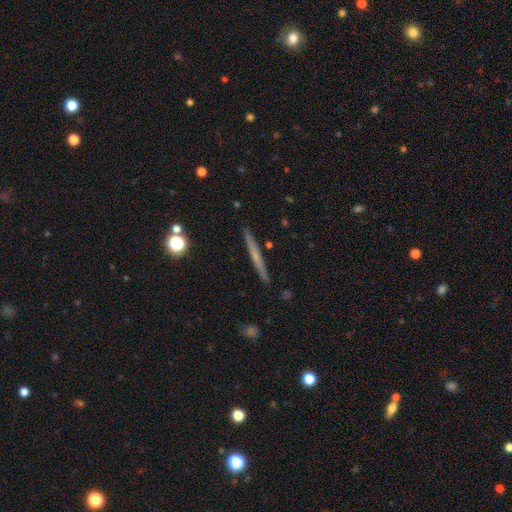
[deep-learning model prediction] Morphology: type=featured or disk (49%); merging=none (91%).